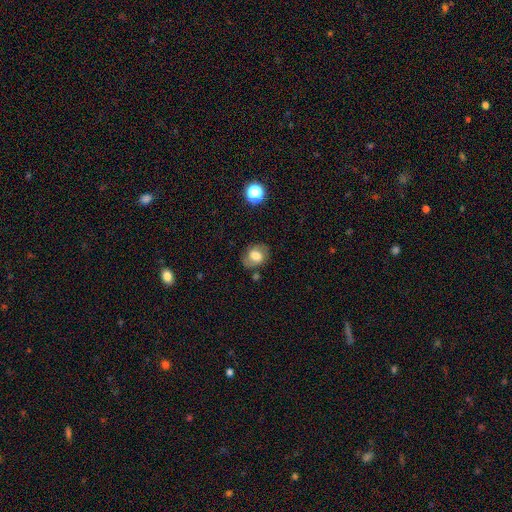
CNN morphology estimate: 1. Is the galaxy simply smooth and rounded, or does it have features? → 64% smooth, 26% featured or disk, 10% star or artifact.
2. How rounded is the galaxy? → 54% in between, 45% round, 1% cigar-shaped.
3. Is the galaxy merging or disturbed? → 73% none, 18% minor disturbance, 6% major disturbance, 3% merger.